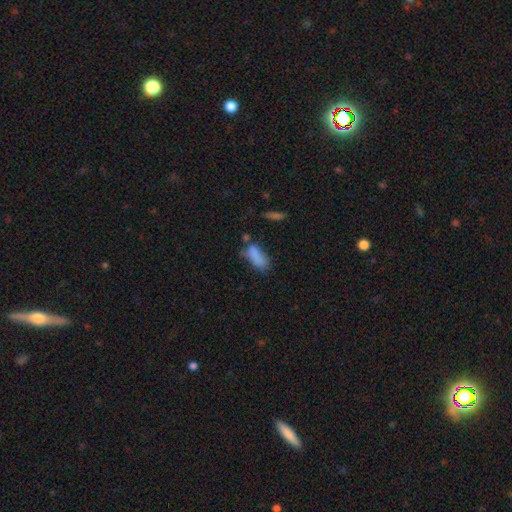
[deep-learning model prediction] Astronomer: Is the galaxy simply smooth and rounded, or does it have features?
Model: smooth — 79%.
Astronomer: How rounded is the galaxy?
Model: in between — 79%.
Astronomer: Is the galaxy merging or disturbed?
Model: none — 41% (runner-up: minor disturbance, 30%).